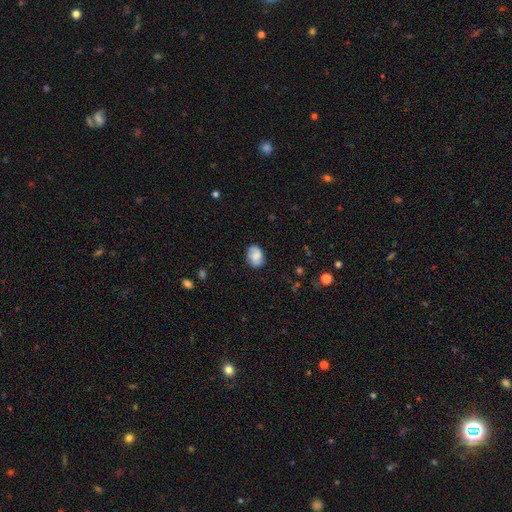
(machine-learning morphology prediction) The model was most divided on "how rounded": in between: 72%, round: 27%, cigar-shaped: 1%. More confident: merging — none (78%); smooth or featured — smooth (73%).